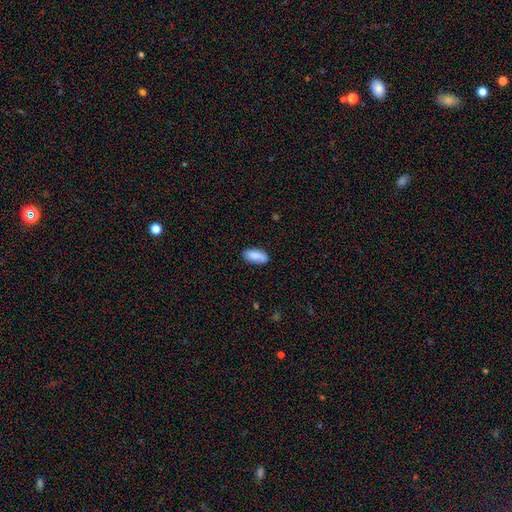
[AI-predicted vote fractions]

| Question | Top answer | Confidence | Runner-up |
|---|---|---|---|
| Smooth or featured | smooth | 86% | featured or disk (7%) |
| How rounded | in between | 87% | cigar-shaped (11%) |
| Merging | none | 81% | minor disturbance (15%) |